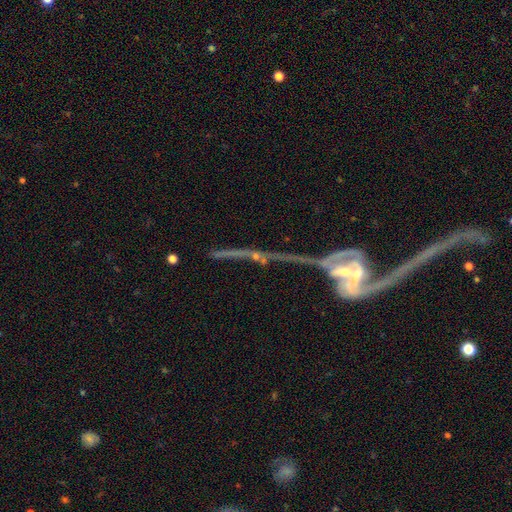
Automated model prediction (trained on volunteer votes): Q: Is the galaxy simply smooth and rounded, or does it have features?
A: featured or disk — 67%.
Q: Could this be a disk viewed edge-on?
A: no — 55%.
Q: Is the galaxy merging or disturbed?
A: merger — 35%.